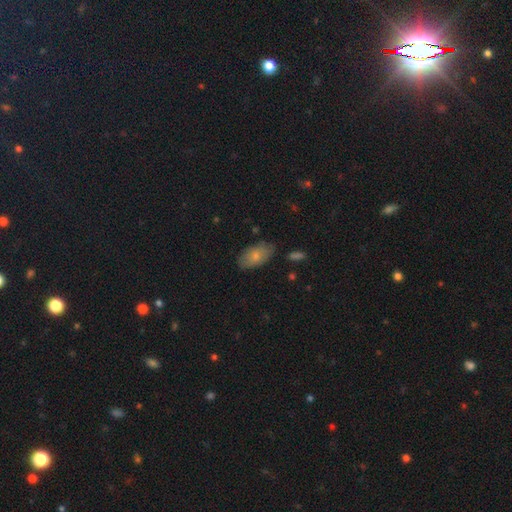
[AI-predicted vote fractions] Smooth or featured? smooth (77%)
How rounded? in between (93%)
Merging? none (77%)